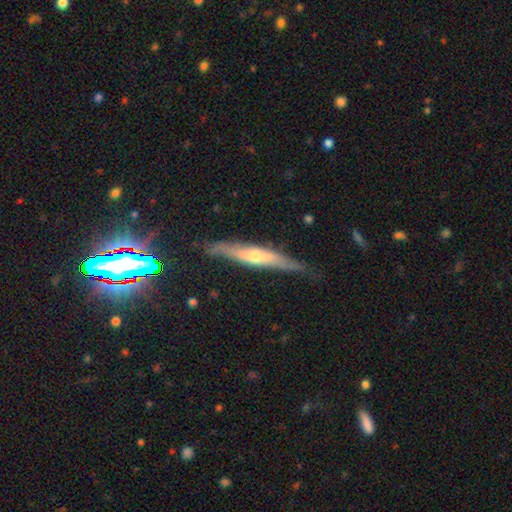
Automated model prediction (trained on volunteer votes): Q: Smooth or featured?
A: featured or disk (65%); runner-up: smooth (24%)
Q: Edge-on disk?
A: yes (91%); runner-up: no (9%)
Q: Edge-on bulge?
A: rounded (74%); runner-up: none (17%)
Q: Merging?
A: none (79%); runner-up: minor disturbance (16%)